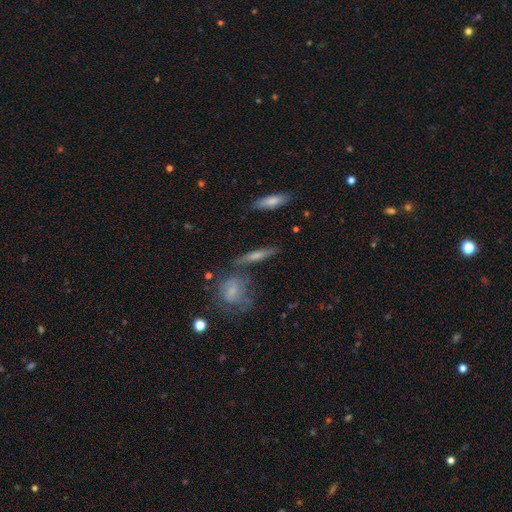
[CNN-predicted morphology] Smooth or featured? Predicted: featured or disk (p=0.47). Merging? Predicted: none (p=0.70).